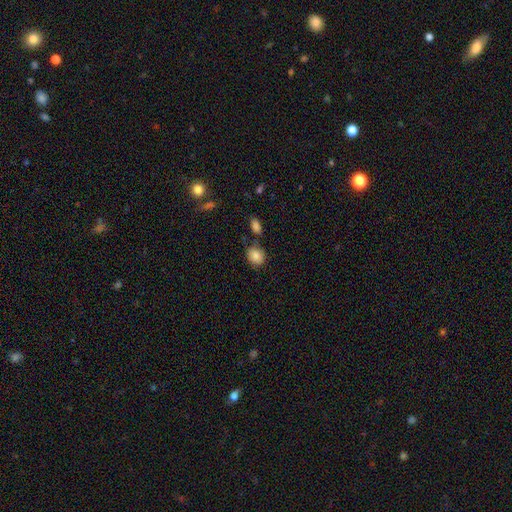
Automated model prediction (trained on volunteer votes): The model was most divided on "how rounded": round: 61%, in between: 38%, cigar-shaped: 1%. More confident: smooth or featured — smooth (85%); merging — none (68%).